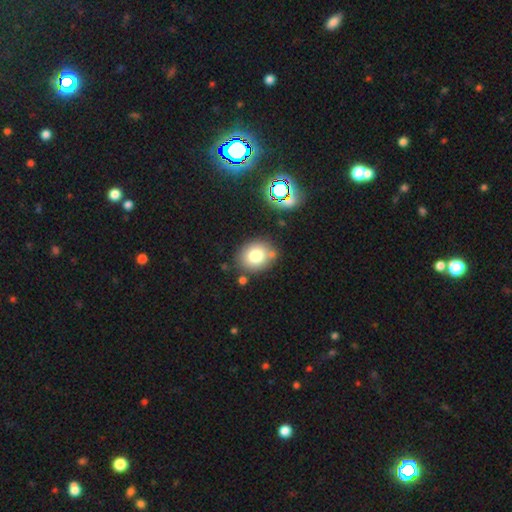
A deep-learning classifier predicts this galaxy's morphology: type=smooth (78%); roundness=round (61%); merging=none (74%).